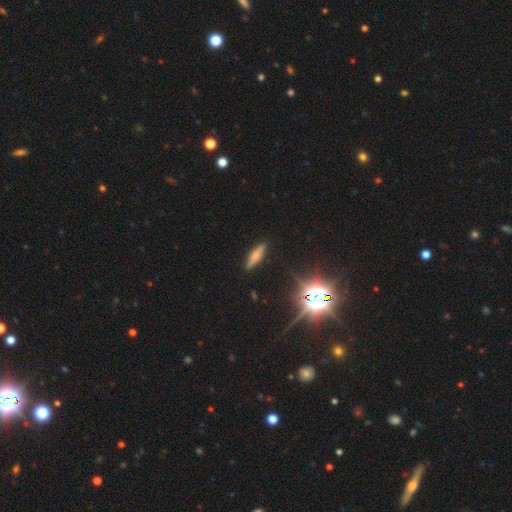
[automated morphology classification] Q: Smooth or featured?
A: smooth (54%); runner-up: featured or disk (30%)
Q: How rounded?
A: cigar-shaped (68%); runner-up: in between (29%)
Q: Merging?
A: none (88%); runner-up: minor disturbance (9%)